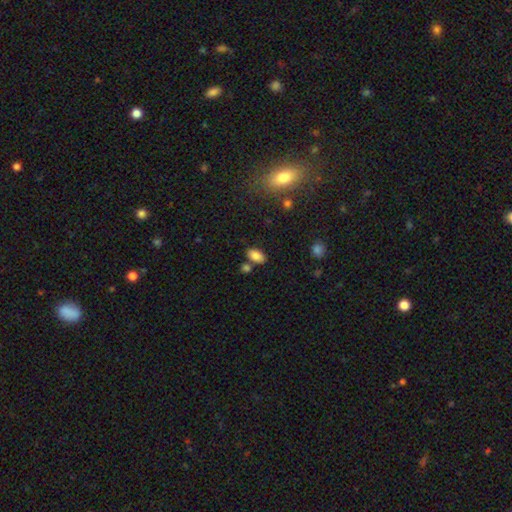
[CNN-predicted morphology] A smooth galaxy with no disk features (84%) that is in between round and cigar-shaped (92%). Merging: none (74%).